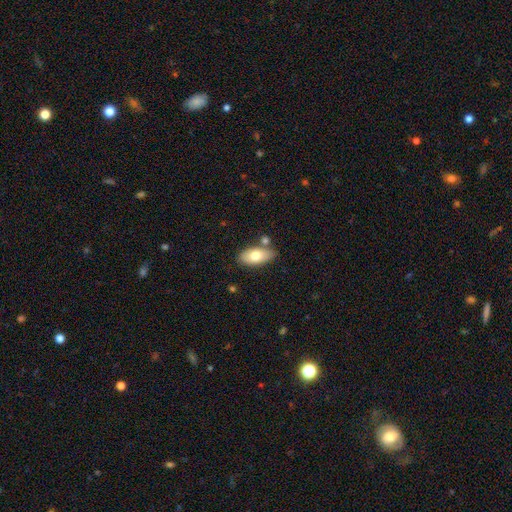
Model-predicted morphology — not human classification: Smooth or featured? Predicted: smooth (p=0.73). How rounded? Predicted: in between (p=0.92). Merging? Predicted: none (p=0.71).